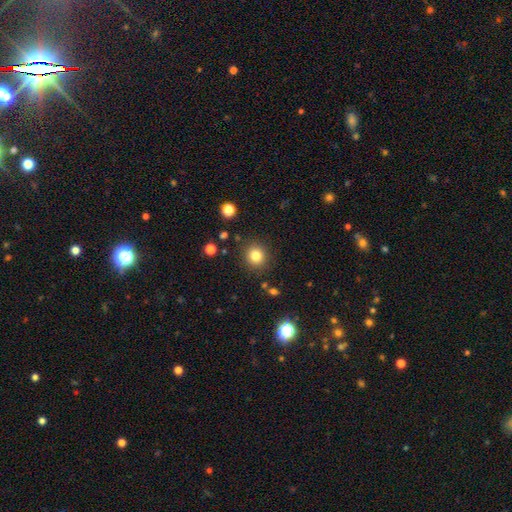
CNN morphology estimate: A smooth galaxy with no disk features (82%) that is round (88%).

Vote fractions:
- Smooth or featured? smooth: 82% / star or artifact: 12% / featured or disk: 6%
- How rounded? round: 88% / in between: 11% / cigar-shaped: 1%
- Merging? none: 88% / minor disturbance: 7% / major disturbance: 3% / merger: 2%